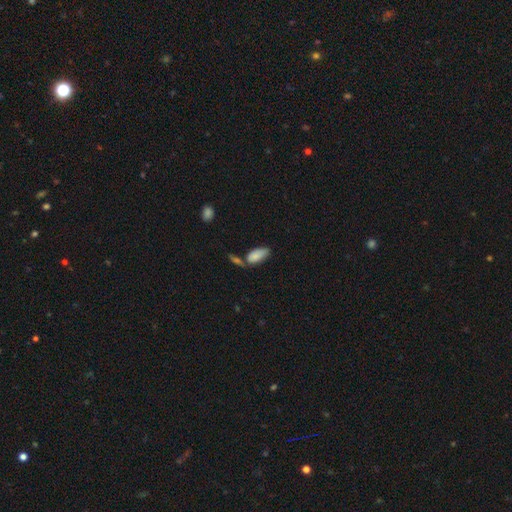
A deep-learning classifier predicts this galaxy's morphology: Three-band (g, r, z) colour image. It shows a smooth galaxy with no disk features (79%) that is in between round and cigar-shaped (90%). Merging: none (44%).